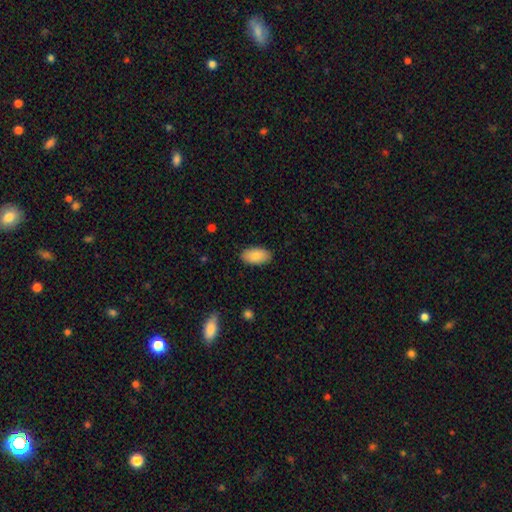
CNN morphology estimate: Smooth or featured: smooth — 86% (featured or disk — 8%)
How rounded: in between — 95% (round — 3%)
Merging: none — 87% (minor disturbance — 10%)